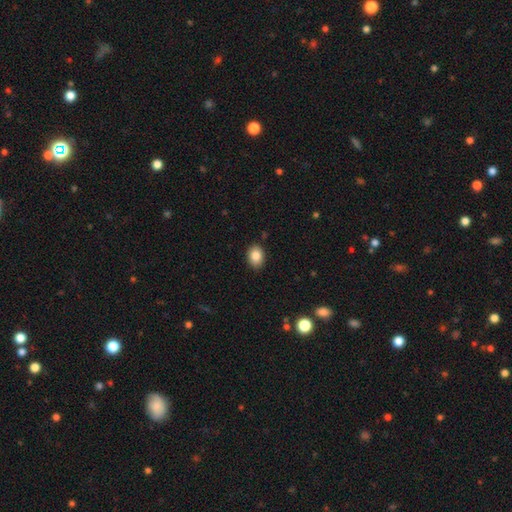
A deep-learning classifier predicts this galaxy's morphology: Smooth or featured? smooth (86%)
How rounded? in between (69%)
Merging? none (87%)